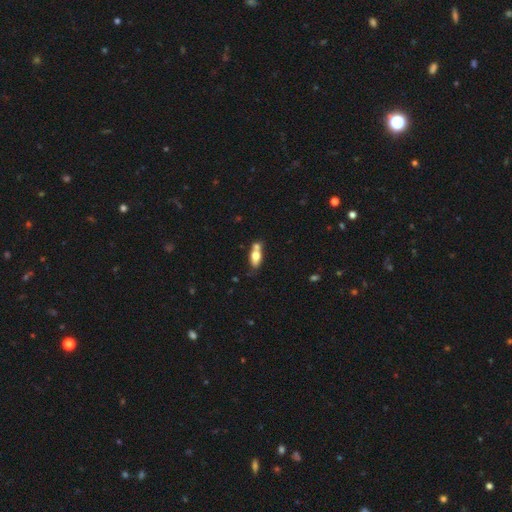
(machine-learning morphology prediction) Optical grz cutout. It shows a smooth galaxy with no disk features (67%) that is in between round and cigar-shaped (78%). Merging: none (44%).